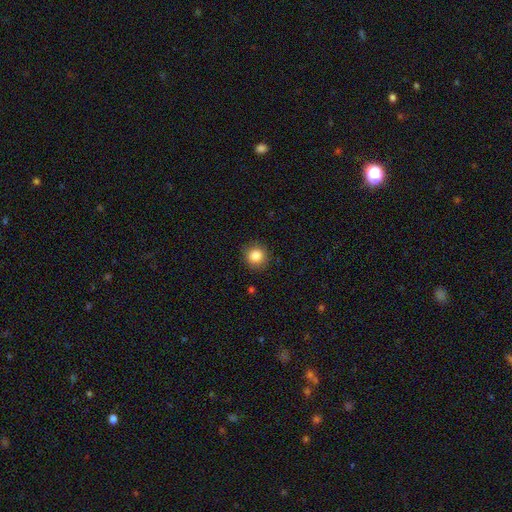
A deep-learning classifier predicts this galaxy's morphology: A smooth galaxy with no disk features (85%) that is round (92%). Merging: none (89%).